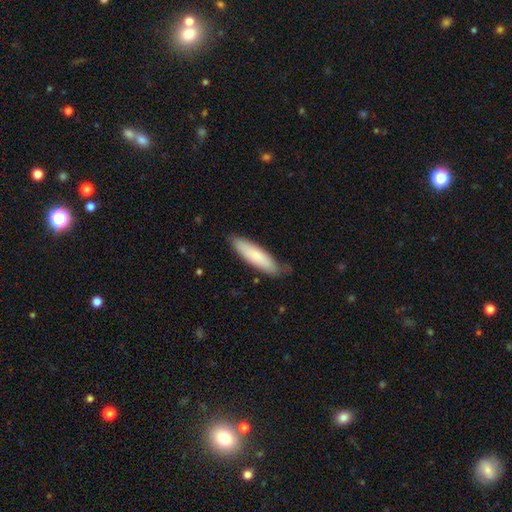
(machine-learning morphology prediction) A smooth galaxy with no disk features (77%) that is cigar-shaped (67%). Merging: none (78%).